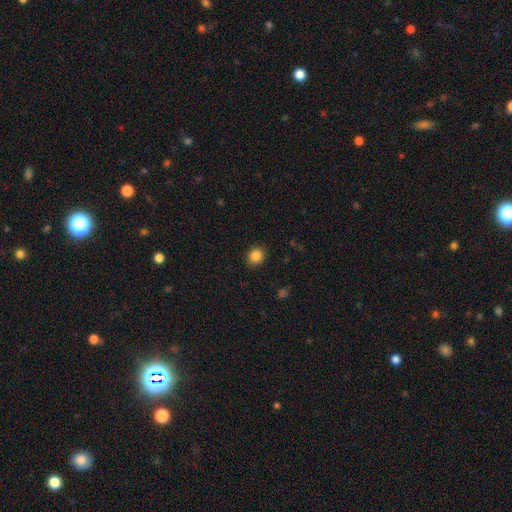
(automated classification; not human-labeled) Smooth or featured?
  - smooth: 86% *
  - star or artifact: 10%
  - featured or disk: 4%
How rounded?
  - round: 78% *
  - in between: 21%
  - cigar-shaped: 1%
Merging?
  - none: 89% *
  - minor disturbance: 8%
  - major disturbance: 2%
  - merger: 1%